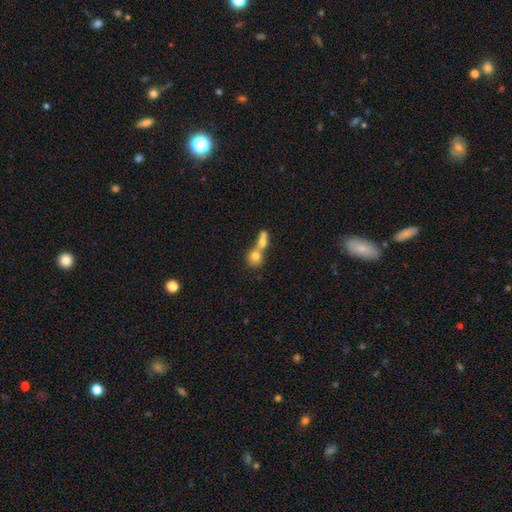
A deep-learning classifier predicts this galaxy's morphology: type=smooth (70%); roundness=round (71%); merging=merger (70%).